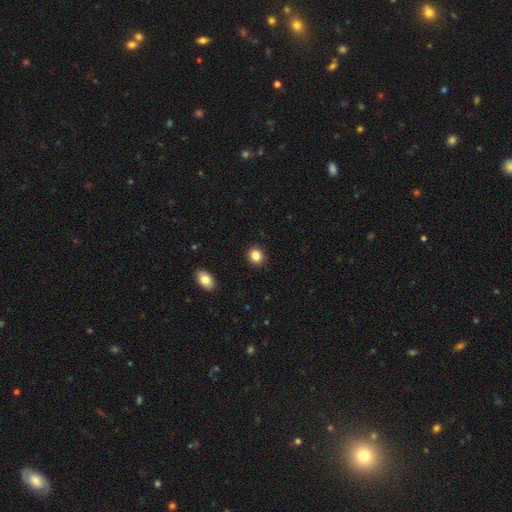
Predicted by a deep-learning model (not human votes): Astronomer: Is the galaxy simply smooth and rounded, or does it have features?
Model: smooth — 85%.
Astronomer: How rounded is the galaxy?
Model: round — 72%.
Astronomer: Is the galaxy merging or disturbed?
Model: none — 91%.